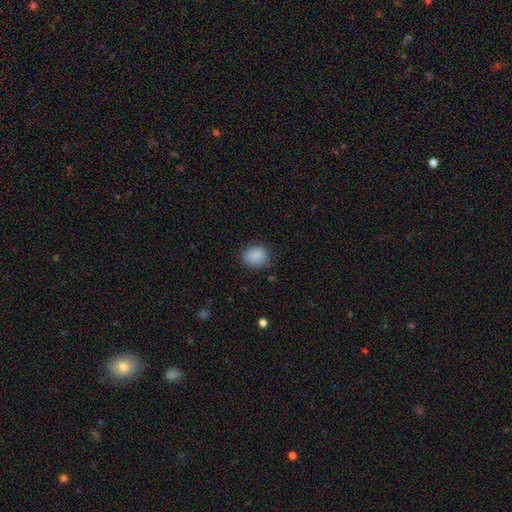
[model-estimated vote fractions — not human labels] smooth_or_featured: smooth (p=0.88) [alt: star or artifact p=0.08]
how_rounded: round (p=0.59) [alt: in between p=0.40]
merging: none (p=0.83) [alt: minor disturbance p=0.13]